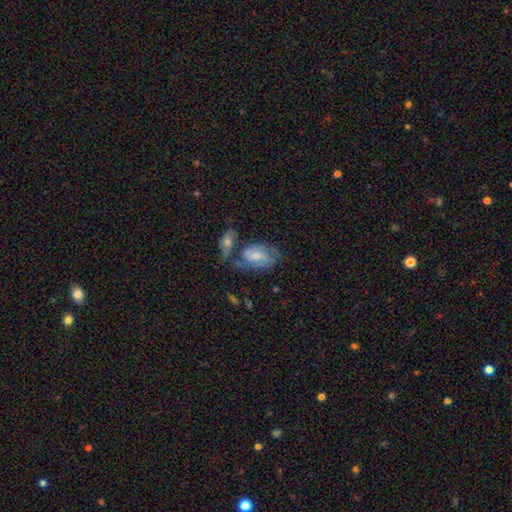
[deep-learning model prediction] A featured or disk galaxy (65%) with a weak bar (52%), 2 (75%) medium (47%) spiral arms (88%) and a small central bulge (45%).

Vote fractions:
- Smooth or featured? featured or disk: 65% / smooth: 27% / star or artifact: 7%
- Edge-on disk? no: 96% / yes: 4%
- Bar? weak: 52% / no: 30% / strong: 18%
- Spiral arms? yes: 88% / no: 12%
- Spiral winding? medium: 47% / tight: 36% / loose: 17%
- Spiral arm count? 2: 75% / can't tell: 14% / 1: 4% / 3: 4% / 4: 1% / more than 4: 1%
- Bulge size? small: 45% / moderate: 31% / none: 17% / large: 6% / dominant: 2%
- Merging? none: 44% / merger: 24% / minor disturbance: 19% / major disturbance: 13%